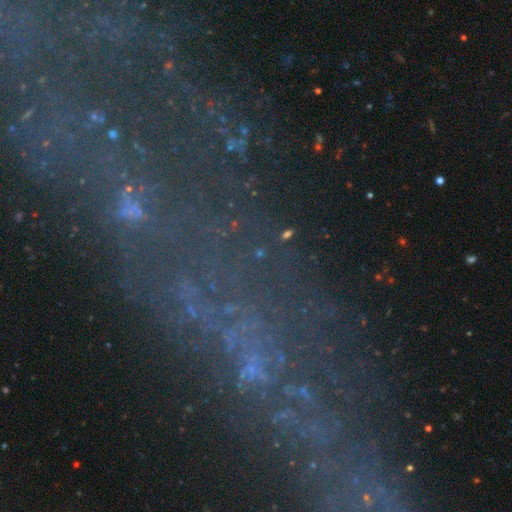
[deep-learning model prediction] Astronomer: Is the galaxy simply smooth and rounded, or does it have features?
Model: star or artifact — 53% (runner-up: featured or disk, 31%).